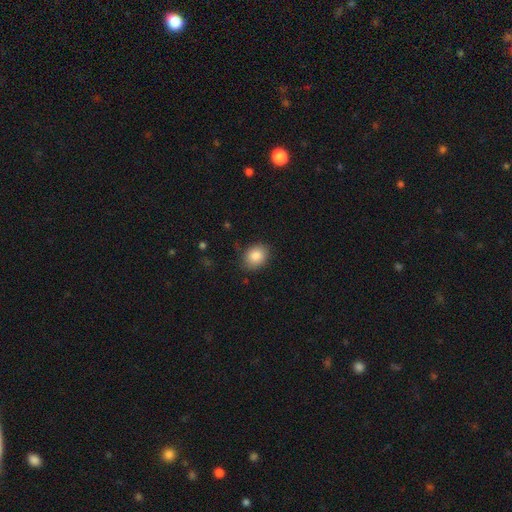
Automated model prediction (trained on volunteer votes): The model was most divided on "how rounded": in between: 54%, round: 45%, cigar-shaped: 1%. More confident: smooth or featured — smooth (87%); merging — none (82%).